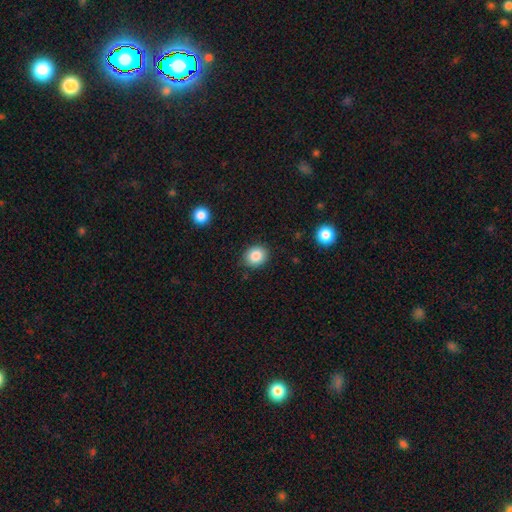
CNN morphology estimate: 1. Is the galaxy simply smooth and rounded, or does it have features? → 86% smooth, 9% star or artifact, 5% featured or disk.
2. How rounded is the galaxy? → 70% round, 29% in between, 1% cigar-shaped.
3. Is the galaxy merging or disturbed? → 86% none, 10% minor disturbance, 2% major disturbance, 1% merger.